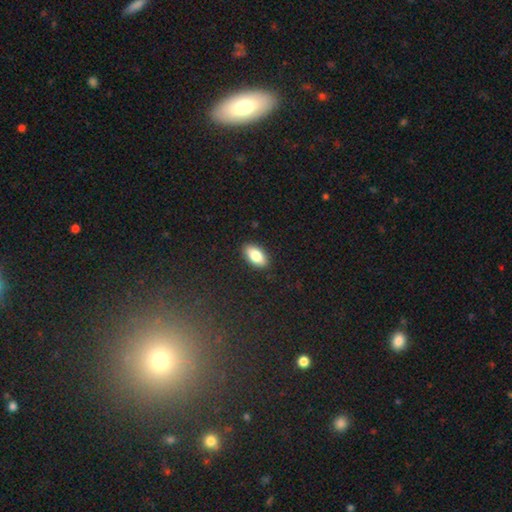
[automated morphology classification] smooth-or-featured: smooth: 83% | featured or disk: 11% | star or artifact: 7%
  how-rounded: in between: 91% | cigar-shaped: 7% | round: 3%
  merging: none: 89% | minor disturbance: 8% | major disturbance: 2% | merger: 1%